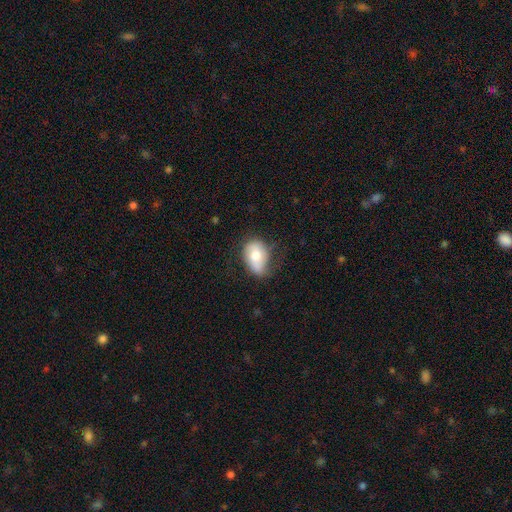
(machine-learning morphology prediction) Smooth or featured: smooth — 68% (featured or disk — 25%)
How rounded: in between — 82% (round — 16%)
Merging: none — 54% (minor disturbance — 33%)